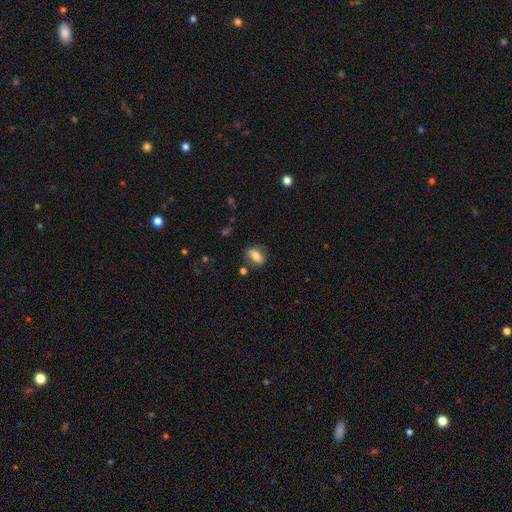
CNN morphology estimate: This appears to be a smooth galaxy with no disk features (70%) that is in between round and cigar-shaped (78%). Merging: none (74%).